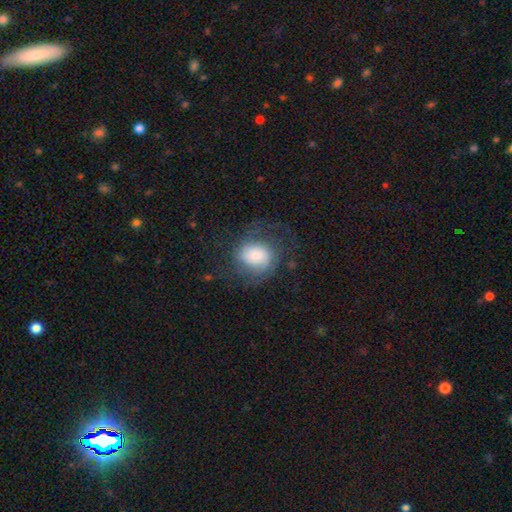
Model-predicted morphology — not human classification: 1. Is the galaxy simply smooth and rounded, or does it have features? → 46% featured or disk, 45% smooth, 9% star or artifact.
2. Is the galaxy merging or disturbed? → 56% none, 24% major disturbance, 19% minor disturbance, 1% merger.